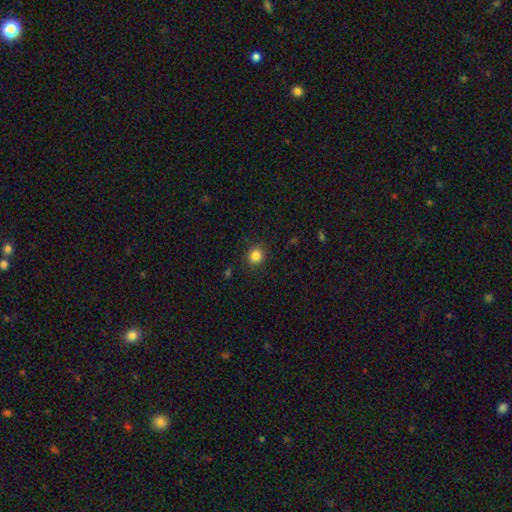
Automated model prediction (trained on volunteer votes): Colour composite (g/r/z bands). It shows a smooth galaxy with no disk features (85%) that is round (87%). Merging: none (89%).